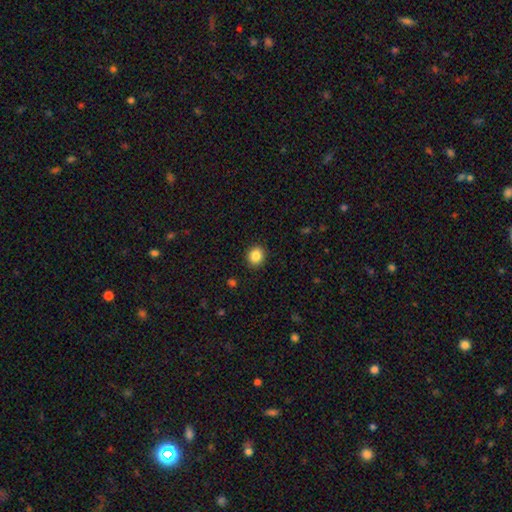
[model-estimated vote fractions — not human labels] smooth-or-featured: smooth: 86% | star or artifact: 10% | featured or disk: 5%
  how-rounded: round: 76% | in between: 23% | cigar-shaped: 1%
  merging: none: 91% | minor disturbance: 6% | major disturbance: 2% | merger: 1%